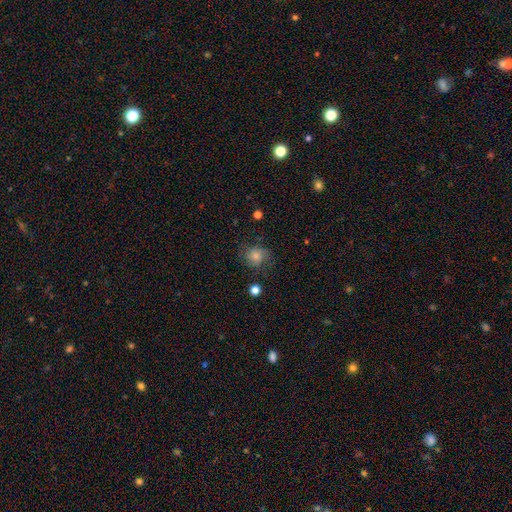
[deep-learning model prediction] Smooth or featured? smooth (52%)
How rounded? round (75%)
Merging? none (70%)